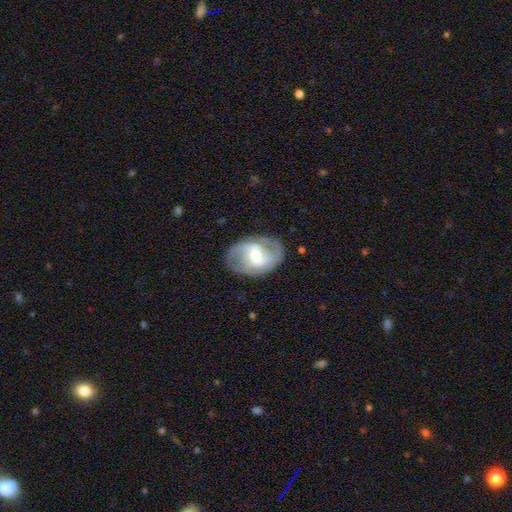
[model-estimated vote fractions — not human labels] This is likely a featured or disk galaxy (77%). It is clearly not viewed edge-on (96%). Bar: possibly weak (48%). Spiral arm pattern: clearly yes (85%). Spiral arm count: likely 2 (77%). Spiral winding: marginally medium (45%). Central bulge: likely moderate (63%). Merging: likely none (77%).